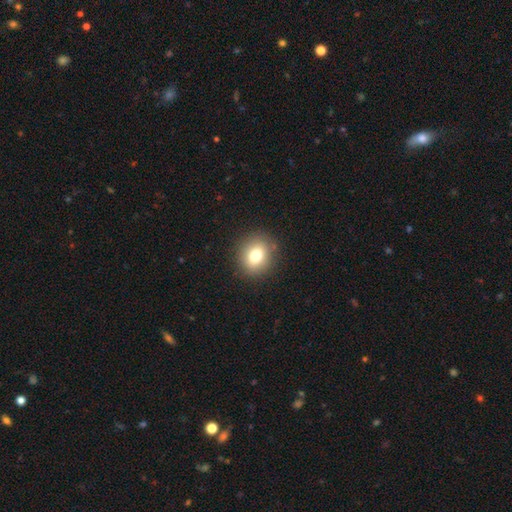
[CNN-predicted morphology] Smooth or featured: smooth — 77% (featured or disk — 11%)
How rounded: round — 72% (in between — 27%)
Merging: none — 88% (minor disturbance — 8%)